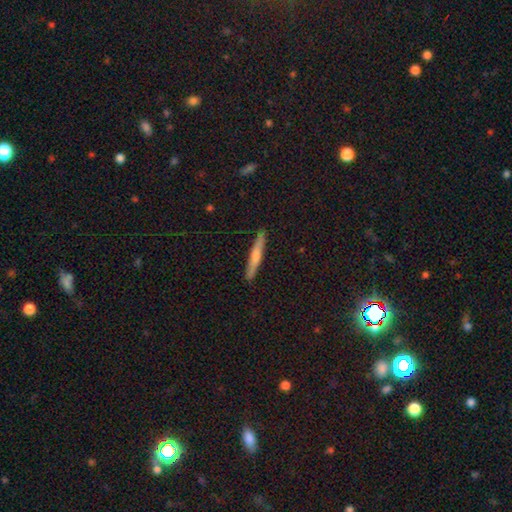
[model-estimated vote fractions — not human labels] A smooth galaxy with no disk features (54%) that is cigar-shaped (95%). Merging: none (92%).